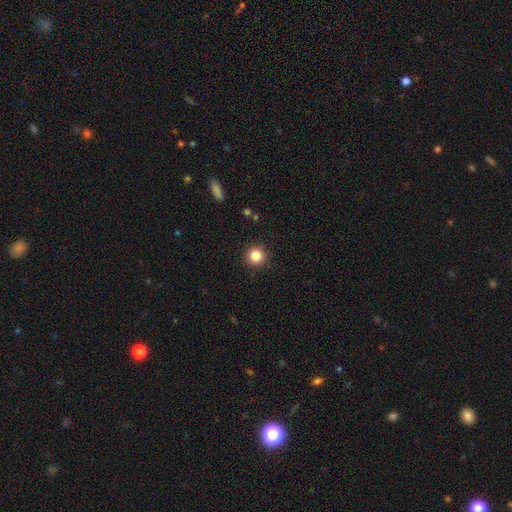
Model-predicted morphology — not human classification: Overall: smooth (85%). How rounded: round (95%). Merging: none (92%).